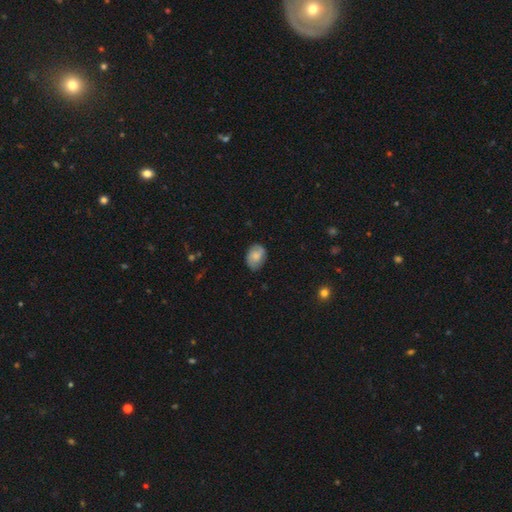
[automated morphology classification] This is likely a smooth galaxy (70%). How rounded: likely in between (74%). Merging: likely none (78%).